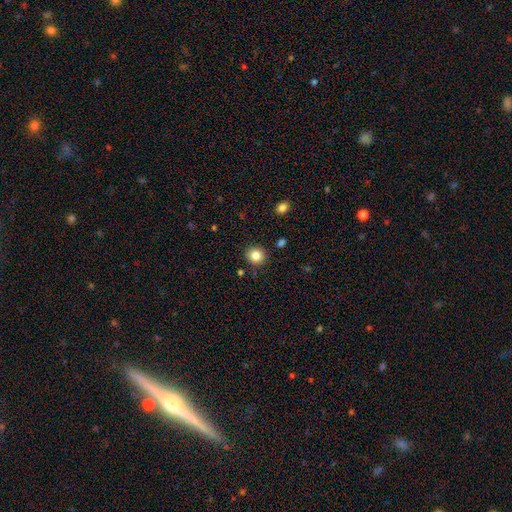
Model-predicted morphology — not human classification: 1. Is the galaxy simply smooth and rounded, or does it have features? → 84% smooth, 11% star or artifact, 6% featured or disk.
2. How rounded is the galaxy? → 87% round, 12% in between, 1% cigar-shaped.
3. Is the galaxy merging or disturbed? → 88% none, 8% minor disturbance, 3% merger, 2% major disturbance.